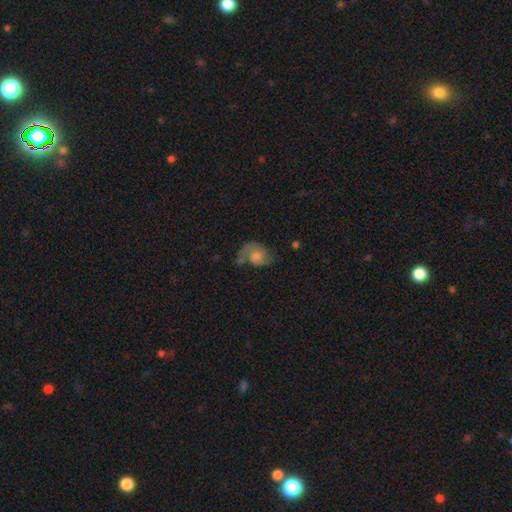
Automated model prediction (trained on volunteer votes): Smooth or featured?
  - featured or disk: 49% *
  - smooth: 42%
  - star or artifact: 9%
Merging?
  - none: 40% *
  - minor disturbance: 28%
  - major disturbance: 25%
  - merger: 7%